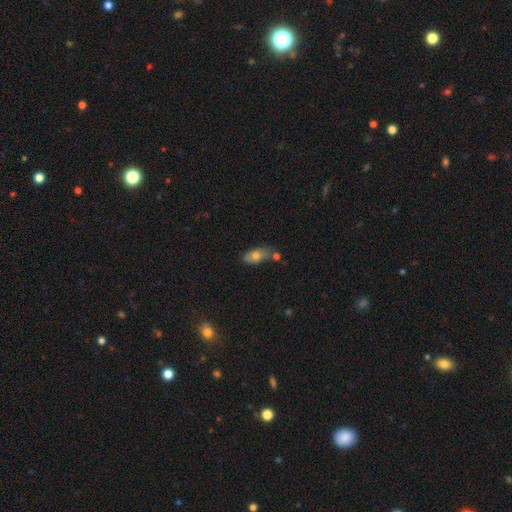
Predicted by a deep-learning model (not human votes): Q: Smooth or featured?
A: smooth (69%); runner-up: featured or disk (22%)
Q: How rounded?
A: in between (87%); runner-up: round (7%)
Q: Merging?
A: none (55%); runner-up: merger (21%)